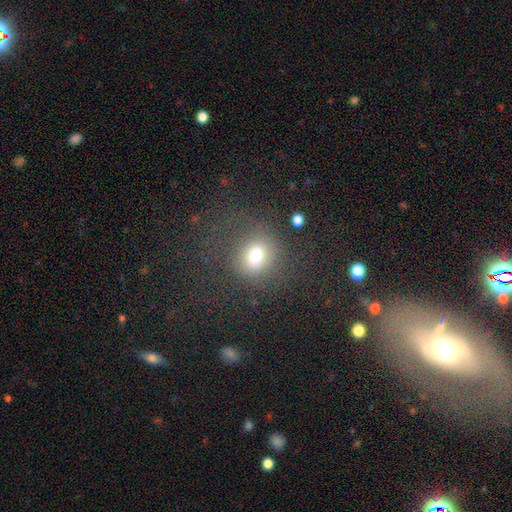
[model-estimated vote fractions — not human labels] The model was most divided on "how rounded": round: 59%, in between: 40%, cigar-shaped: 2%. More confident: smooth or featured — smooth (77%); merging — none (69%).